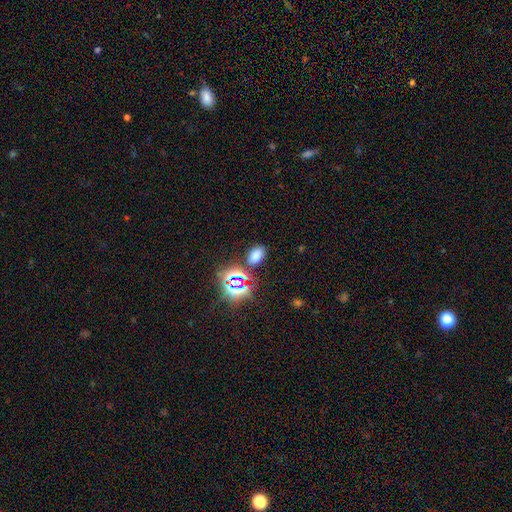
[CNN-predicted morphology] This is likely a smooth galaxy (66%). How rounded: clearly in between (87%). Merging: clearly none (83%).